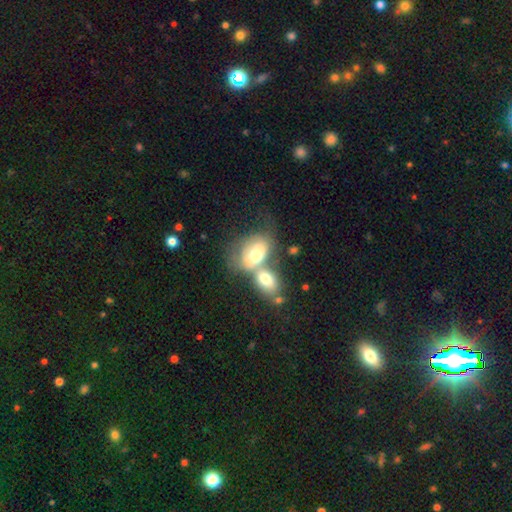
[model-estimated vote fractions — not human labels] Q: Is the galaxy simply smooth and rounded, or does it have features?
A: smooth — 62%.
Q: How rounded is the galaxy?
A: in between — 80%.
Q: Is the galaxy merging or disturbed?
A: merger — 68%.